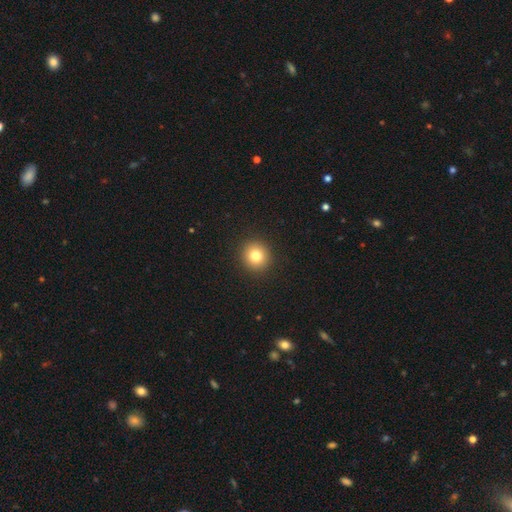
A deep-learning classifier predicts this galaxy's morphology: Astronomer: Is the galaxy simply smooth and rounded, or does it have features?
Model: smooth — 81%.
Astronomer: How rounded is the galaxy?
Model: round — 91%.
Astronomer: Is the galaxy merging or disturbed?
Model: none — 93%.